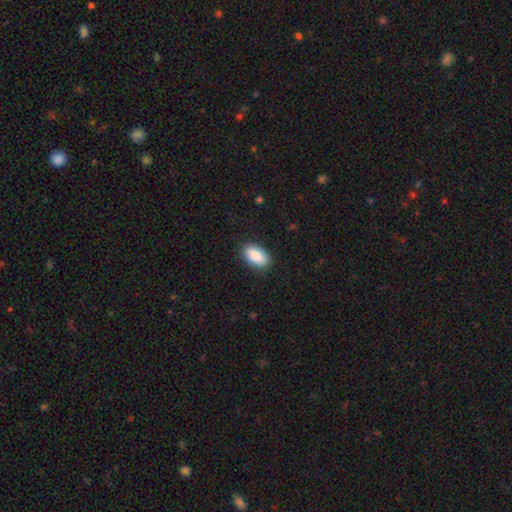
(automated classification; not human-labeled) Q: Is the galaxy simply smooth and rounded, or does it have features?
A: smooth — 89%.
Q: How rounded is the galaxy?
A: in between — 94%.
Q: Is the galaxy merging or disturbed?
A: none — 88%.